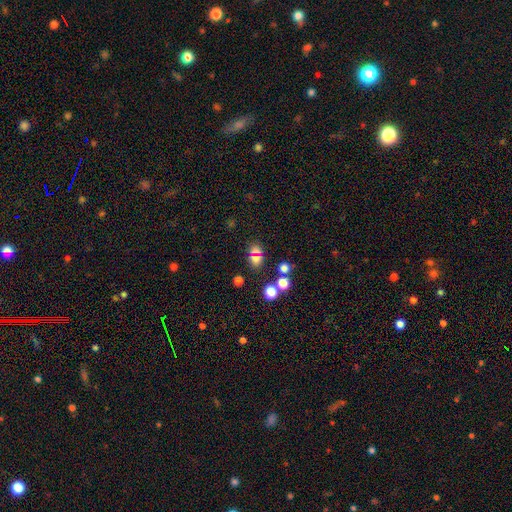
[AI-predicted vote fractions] The model was most divided on "how rounded": round: 57%, in between: 42%, cigar-shaped: 1%. More confident: merging — none (70%); smooth or featured — smooth (63%).